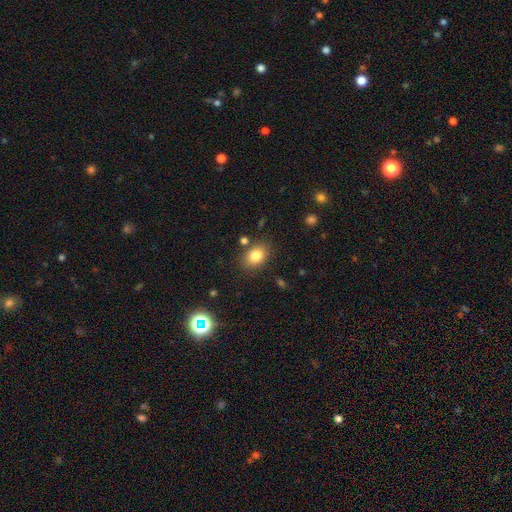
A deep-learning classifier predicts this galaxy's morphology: A smooth galaxy with no disk features (82%) that is in between round and cigar-shaped (69%). Merging: none (80%).